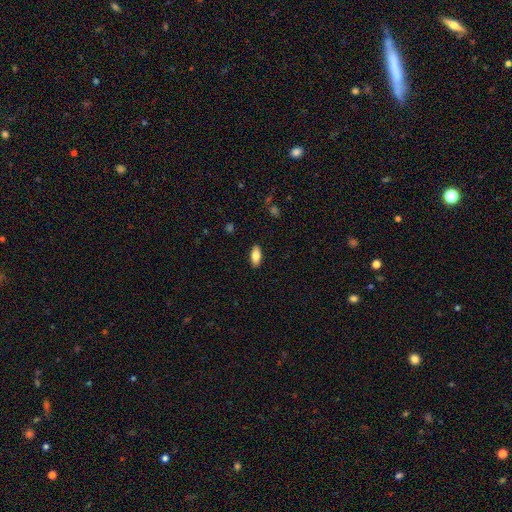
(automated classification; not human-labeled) This appears to be a smooth galaxy with no disk features (82%) that is in between round and cigar-shaped (89%). Merging: none (90%).